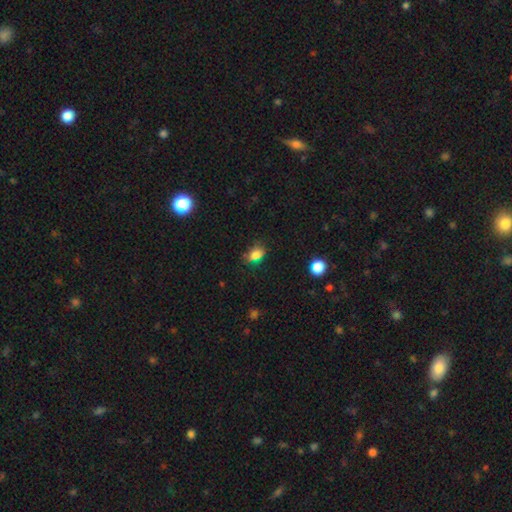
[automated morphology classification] Q: Smooth or featured?
A: smooth (76%); runner-up: star or artifact (17%)
Q: How rounded?
A: in between (73%); runner-up: round (25%)
Q: Merging?
A: none (69%); runner-up: minor disturbance (21%)